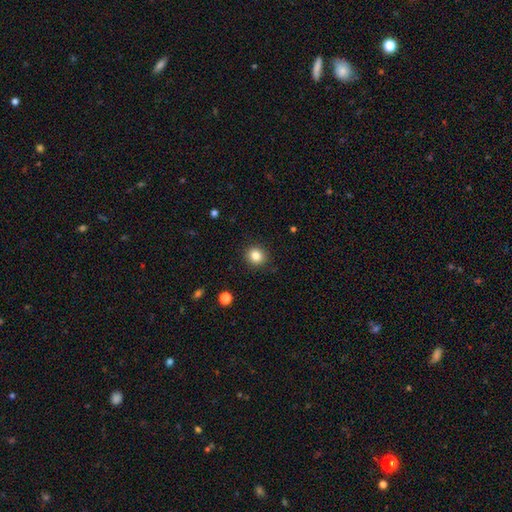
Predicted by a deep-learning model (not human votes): Q: Smooth or featured?
A: smooth (83%); runner-up: star or artifact (11%)
Q: How rounded?
A: round (84%); runner-up: in between (15%)
Q: Merging?
A: none (90%); runner-up: minor disturbance (7%)